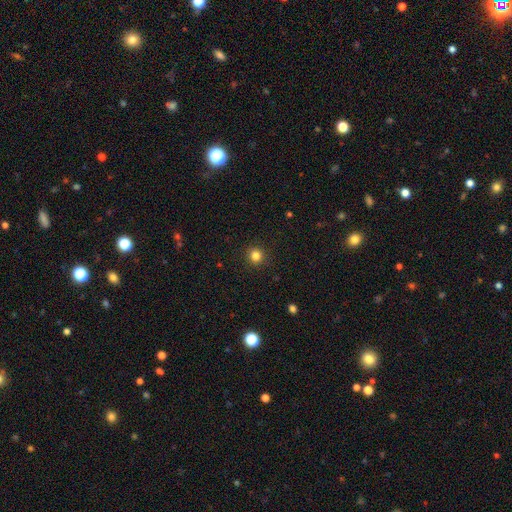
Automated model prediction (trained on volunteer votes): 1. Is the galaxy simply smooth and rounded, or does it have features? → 83% smooth, 13% star or artifact, 5% featured or disk.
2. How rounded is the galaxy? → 92% round, 7% in between, 1% cigar-shaped.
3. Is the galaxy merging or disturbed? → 91% none, 6% minor disturbance, 2% major disturbance, 1% merger.